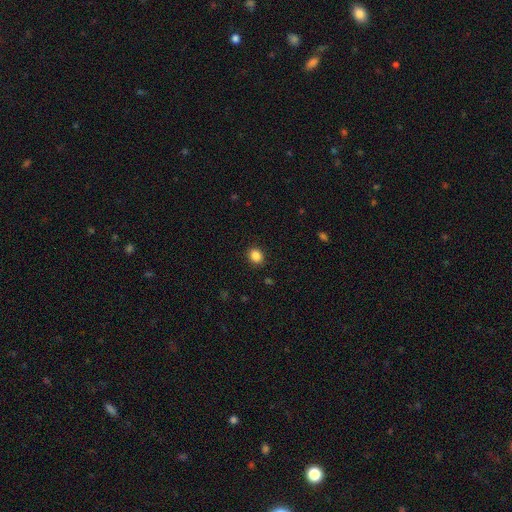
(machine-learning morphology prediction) smooth-or-featured: smooth: 86% | star or artifact: 10% | featured or disk: 4%
  how-rounded: round: 62% | in between: 37% | cigar-shaped: 1%
  merging: none: 90% | minor disturbance: 7% | major disturbance: 2% | merger: 1%